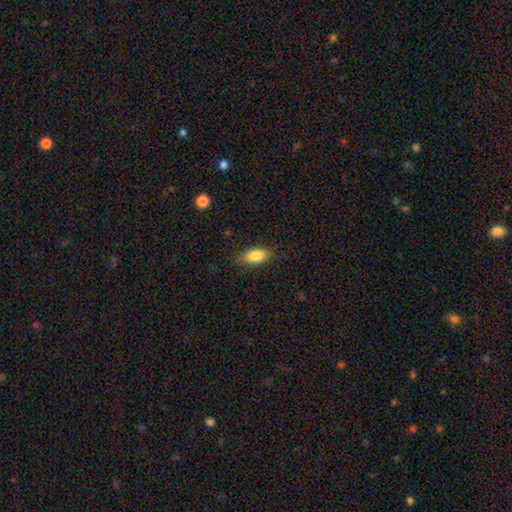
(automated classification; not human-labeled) smooth_or_featured: smooth (p=0.84) [alt: featured or disk p=0.09]
how_rounded: in between (p=0.88) [alt: cigar-shaped p=0.07]
merging: none (p=0.82) [alt: minor disturbance p=0.14]